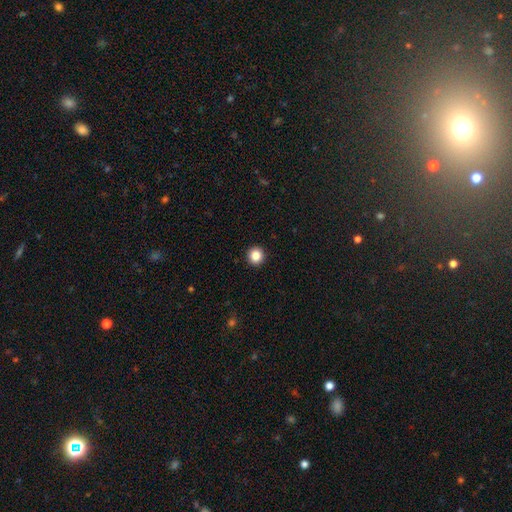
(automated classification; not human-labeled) This appears to be a smooth galaxy with no disk features (86%) that is round (94%). Merging: none (93%).